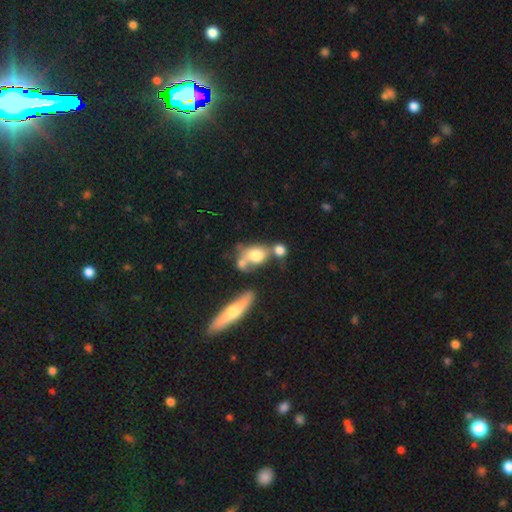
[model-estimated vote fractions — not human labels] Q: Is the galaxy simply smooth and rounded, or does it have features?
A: smooth — 67%.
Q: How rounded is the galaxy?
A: in between — 63%.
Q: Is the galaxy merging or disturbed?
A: merger — 48%.